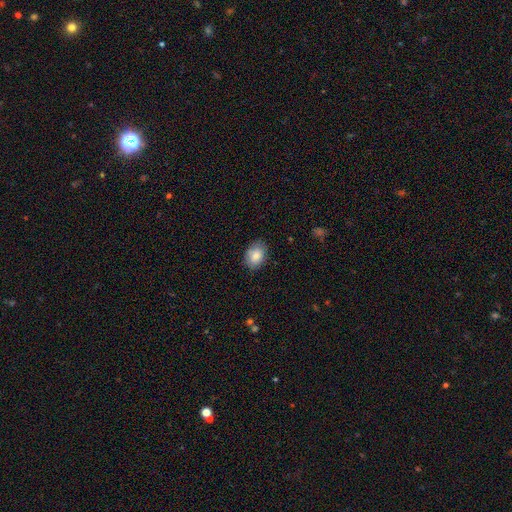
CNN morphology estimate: type=smooth (84%); roundness=in between (76%); merging=none (80%).